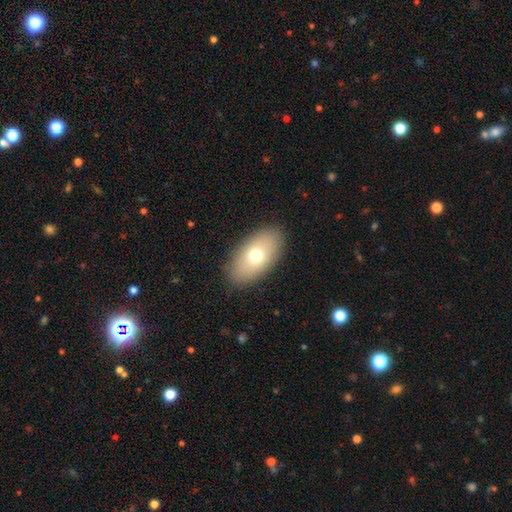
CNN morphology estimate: This is likely a smooth galaxy (70%). How rounded: clearly in between (92%). Merging: clearly none (88%).